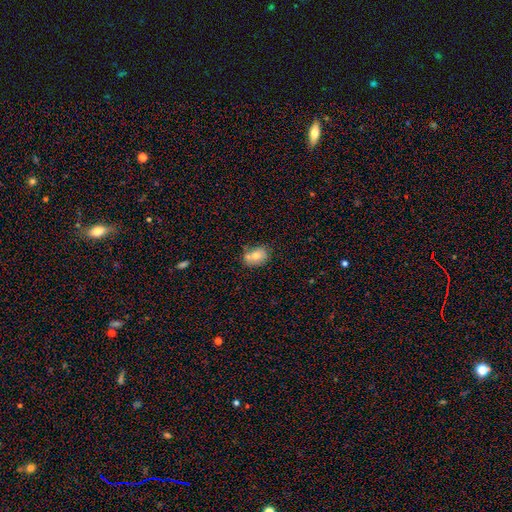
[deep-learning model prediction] Smooth or featured: smooth — 72% (featured or disk — 19%)
How rounded: in between — 65% (round — 34%)
Merging: none — 52% (merger — 24%)